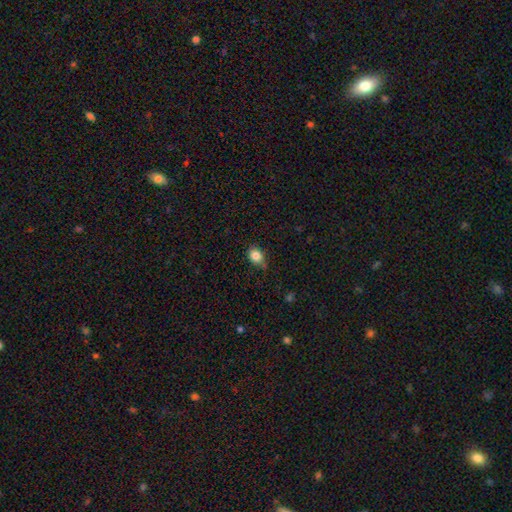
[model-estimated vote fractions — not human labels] This appears to be a smooth galaxy with no disk features (84%) that is in between round and cigar-shaped (51%). Merging: none (75%).